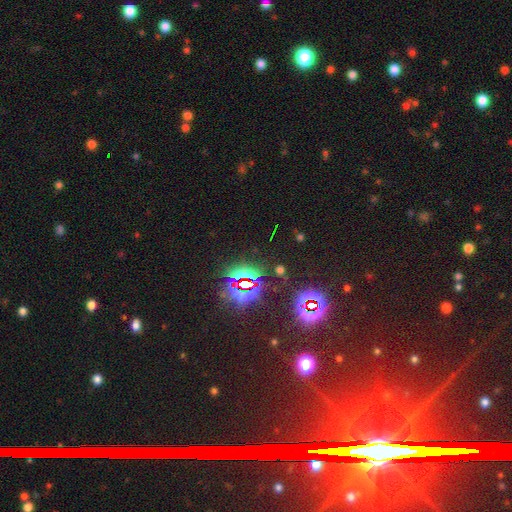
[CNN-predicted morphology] Smooth or featured? star or artifact (76%)